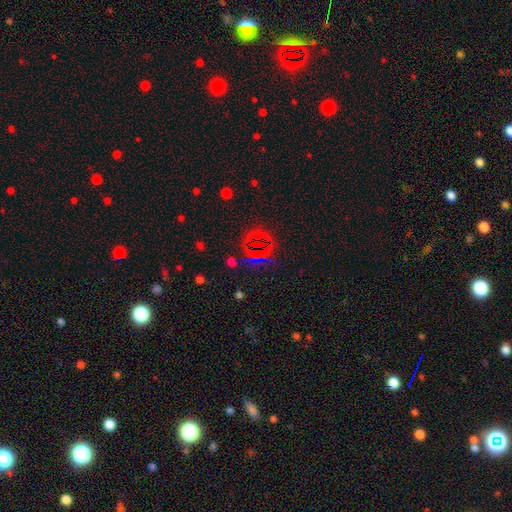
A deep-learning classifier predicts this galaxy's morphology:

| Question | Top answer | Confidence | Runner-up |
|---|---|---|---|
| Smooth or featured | star or artifact | 67% | smooth (23%) |